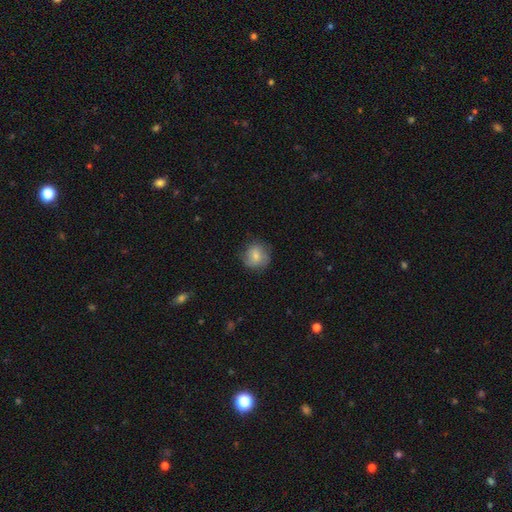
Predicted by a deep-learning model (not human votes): This appears to be a smooth galaxy with no disk features (71%) that is round (85%). Merging: none (72%).